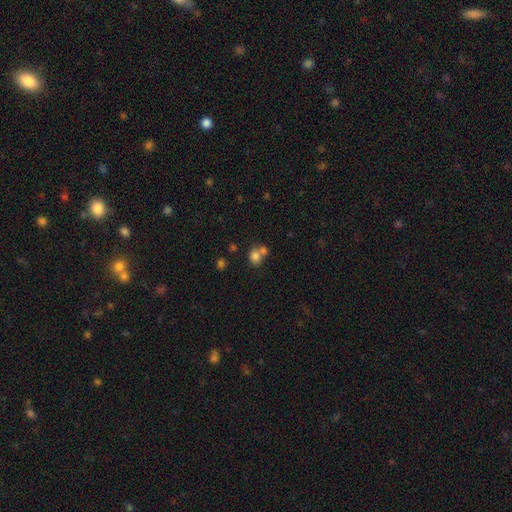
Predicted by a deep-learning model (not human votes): Smooth or featured? smooth (78%)
How rounded? round (62%)
Merging? merger (46%)